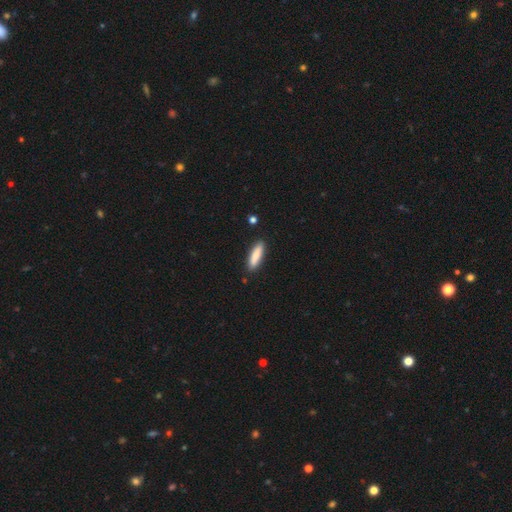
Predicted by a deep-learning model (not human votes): Smooth or featured? smooth (84%)
How rounded? cigar-shaped (68%)
Merging? none (87%)